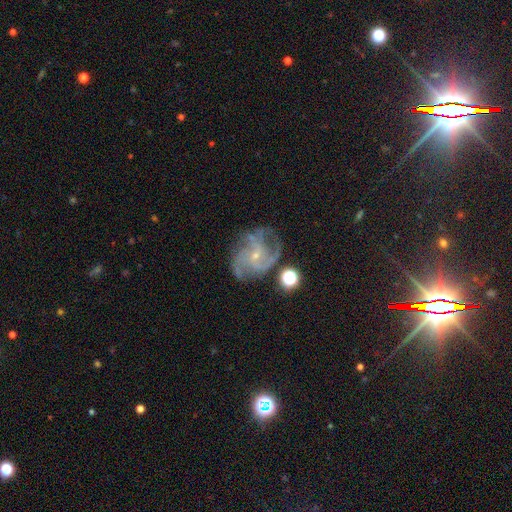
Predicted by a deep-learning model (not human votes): smooth_or_featured: featured or disk (p=0.84) [alt: star or artifact p=0.09]
disk_edge_on: no (p=0.98) [alt: yes p=0.02]
bar: no (p=0.64) [alt: weak p=0.30]
has_spiral_arms: yes (p=0.95) [alt: no p=0.05]
spiral_winding: medium (p=0.52) [alt: tight p=0.30]
spiral_arm_count: 3 (p=0.35) [alt: 4 p=0.22]
bulge_size: small (p=0.80) [alt: moderate p=0.15]
merging: none (p=0.61) [alt: minor disturbance p=0.20]